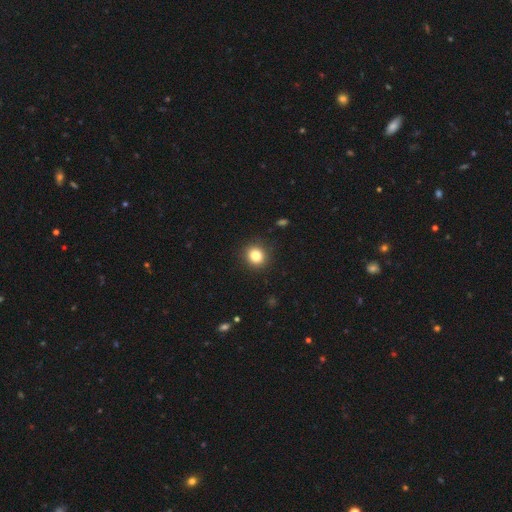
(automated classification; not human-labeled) smooth-or-featured: smooth: 83% | star or artifact: 11% | featured or disk: 6%
  how-rounded: round: 84% | in between: 15% | cigar-shaped: 1%
  merging: none: 90% | minor disturbance: 7% | major disturbance: 2% | merger: 1%